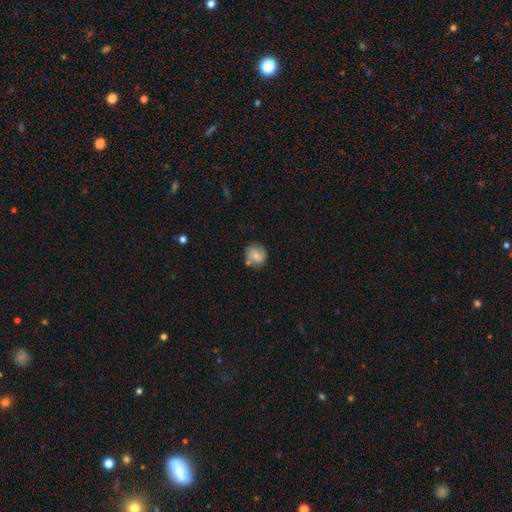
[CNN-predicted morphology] Smooth or featured? Predicted: smooth (p=0.58). How rounded? Predicted: round (p=0.81). Merging? Predicted: none (p=0.68).